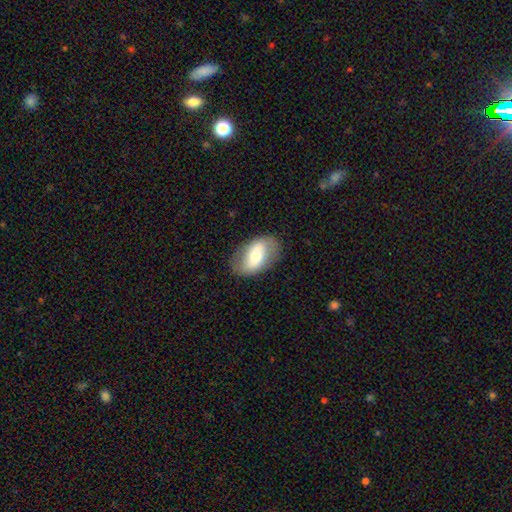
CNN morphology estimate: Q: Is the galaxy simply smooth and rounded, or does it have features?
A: featured or disk — 48%.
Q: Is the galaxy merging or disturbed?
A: none — 80%.